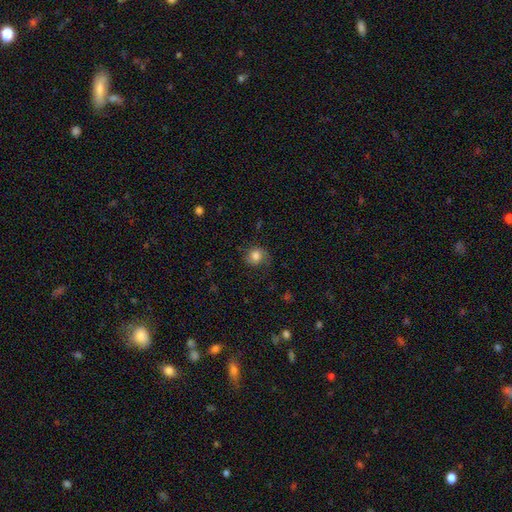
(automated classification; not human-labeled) smooth-or-featured: smooth: 78% | featured or disk: 12% | star or artifact: 10%
  how-rounded: round: 78% | in between: 21% | cigar-shaped: 1%
  merging: none: 68% | minor disturbance: 21% | major disturbance: 9% | merger: 1%